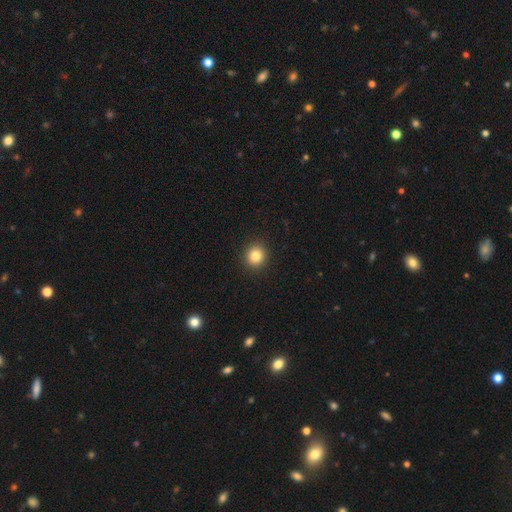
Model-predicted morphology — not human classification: Q: Smooth or featured?
A: smooth (84%); runner-up: star or artifact (11%)
Q: How rounded?
A: round (86%); runner-up: in between (13%)
Q: Merging?
A: none (92%); runner-up: minor disturbance (5%)